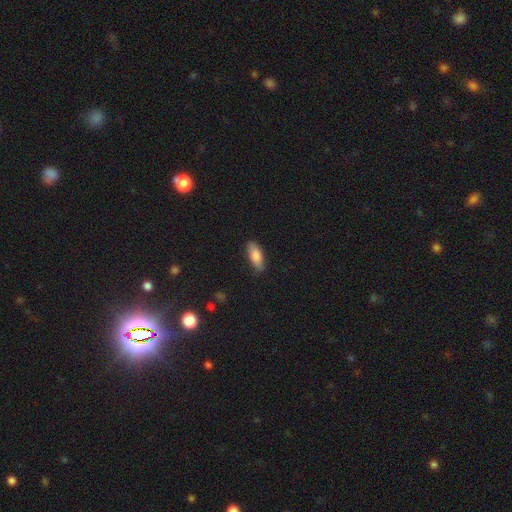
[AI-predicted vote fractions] A smooth galaxy with no disk features (83%) that is in between round and cigar-shaped (76%). Merging: none (84%).